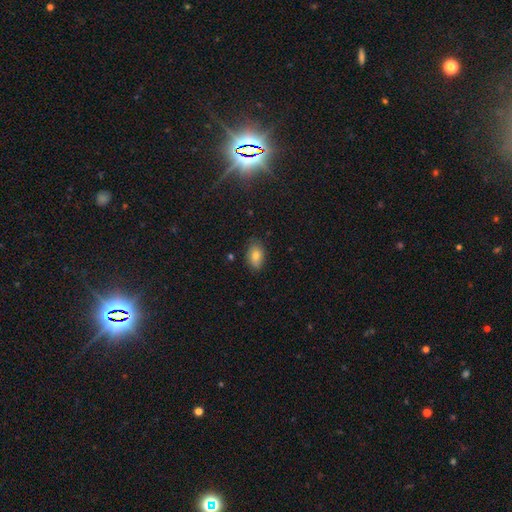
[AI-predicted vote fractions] A smooth galaxy with no disk features (77%) that is in between round and cigar-shaped (89%).

Vote fractions:
- Smooth or featured? smooth: 77% / featured or disk: 13% / star or artifact: 10%
- How rounded? in between: 89% / round: 10% / cigar-shaped: 2%
- Merging? none: 80% / minor disturbance: 16% / major disturbance: 3% / merger: 1%